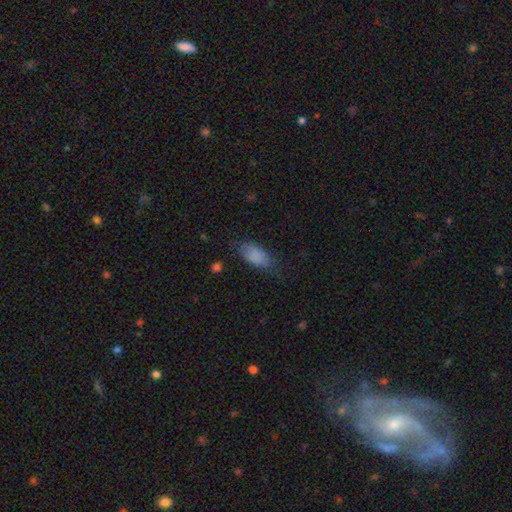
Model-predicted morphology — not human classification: Overall: smooth (86%). How rounded: in between (91%). Merging: none (68%).